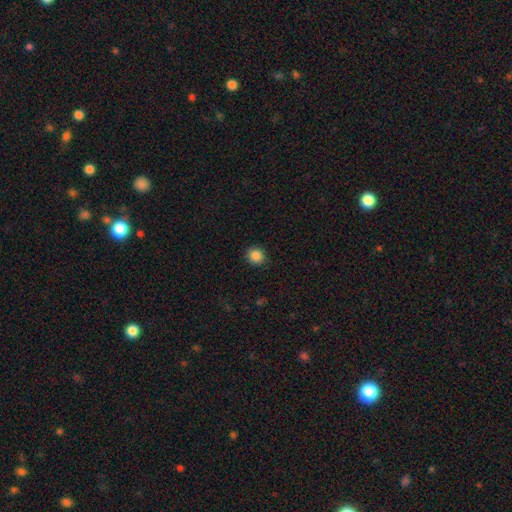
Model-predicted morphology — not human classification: The model was most divided on "how rounded": round: 85%, in between: 15%, cigar-shaped: 1%. More confident: merging — none (90%); smooth or featured — smooth (86%).